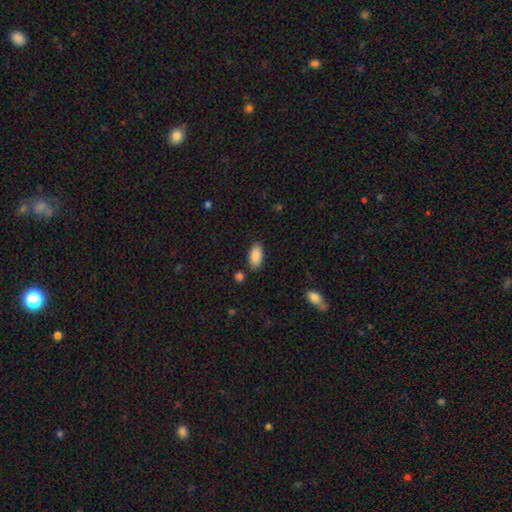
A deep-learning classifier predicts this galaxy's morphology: type=smooth (89%); roundness=in between (93%); merging=none (83%).